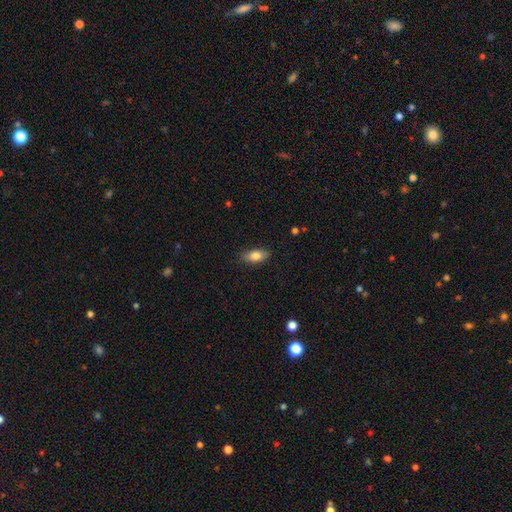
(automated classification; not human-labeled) Morphology: type=smooth (82%); roundness=in between (86%); merging=none (85%).